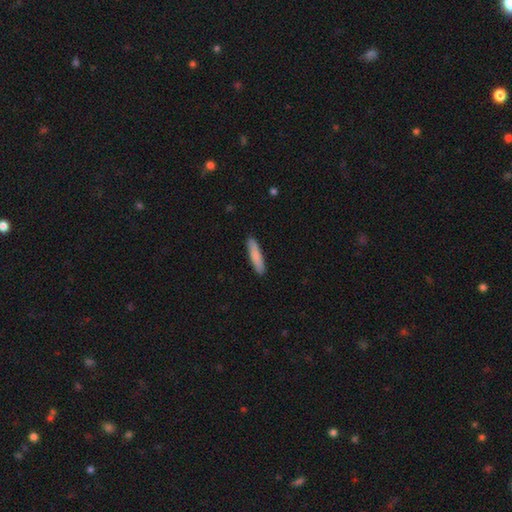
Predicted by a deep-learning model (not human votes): The model was most divided on "how rounded": cigar-shaped: 84%, in between: 15%, round: 1%. More confident: merging — none (90%); smooth or featured — smooth (83%).